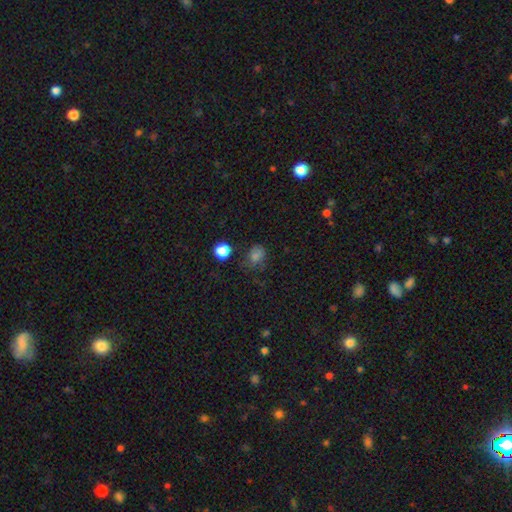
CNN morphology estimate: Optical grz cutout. It shows a smooth galaxy with no disk features (70%) that is round (55%). Merging: none (60%).